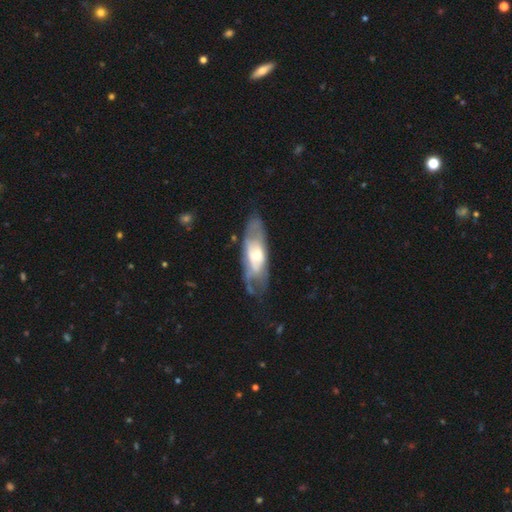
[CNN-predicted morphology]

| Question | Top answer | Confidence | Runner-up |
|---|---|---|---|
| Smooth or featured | featured or disk | 63% | smooth (31%) |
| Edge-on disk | no | 81% | yes (19%) |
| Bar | no | 68% | weak (23%) |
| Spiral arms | no | 53% | yes (47%) |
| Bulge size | moderate | 55% | small (34%) |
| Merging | none | 58% | minor disturbance (23%) |